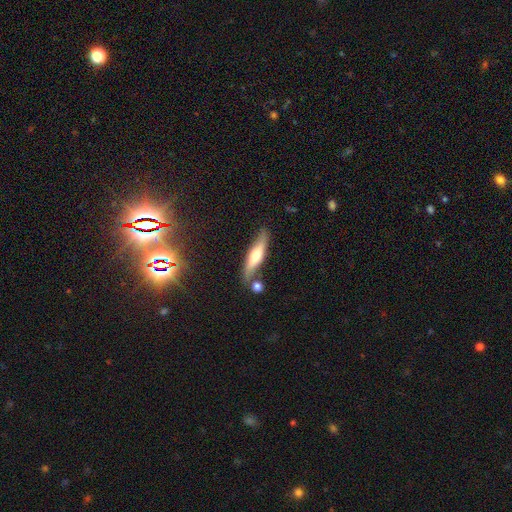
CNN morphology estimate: Smooth or featured?
  - featured or disk: 47% *
  - smooth: 46%
  - star or artifact: 6%
Merging?
  - none: 71% *
  - minor disturbance: 15%
  - merger: 10%
  - major disturbance: 4%